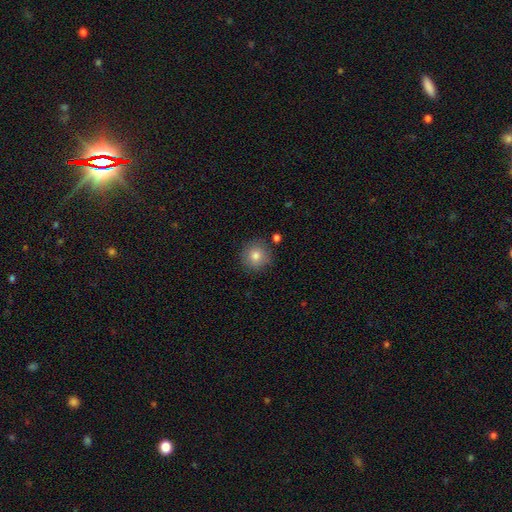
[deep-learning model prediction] This appears to be a smooth galaxy with no disk features (81%) that is round (94%). Merging: none (86%).